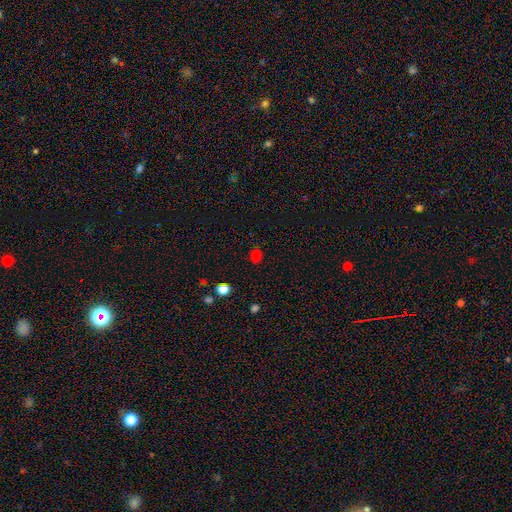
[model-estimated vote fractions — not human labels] Smooth or featured? Predicted: smooth (p=0.73). How rounded? Predicted: round (p=0.54). Merging? Predicted: none (p=0.83).